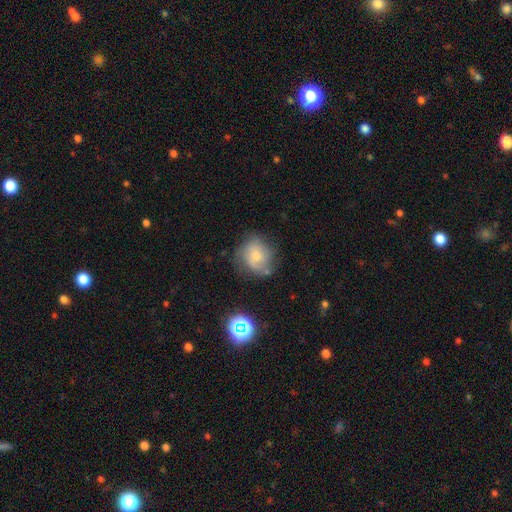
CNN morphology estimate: The model was most divided on "smooth or featured": smooth: 50%, featured or disk: 39%, star or artifact: 11%. More confident: merging — none (61%).